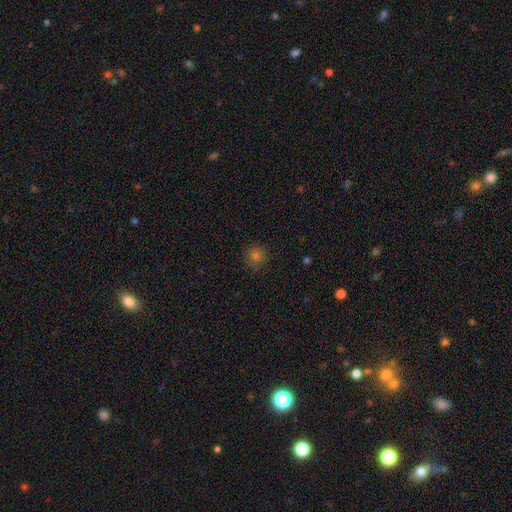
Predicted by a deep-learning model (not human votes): smooth_or_featured: smooth (p=0.76) [alt: star or artifact p=0.18]
how_rounded: round (p=0.92) [alt: in between p=0.07]
merging: none (p=0.87) [alt: minor disturbance p=0.10]